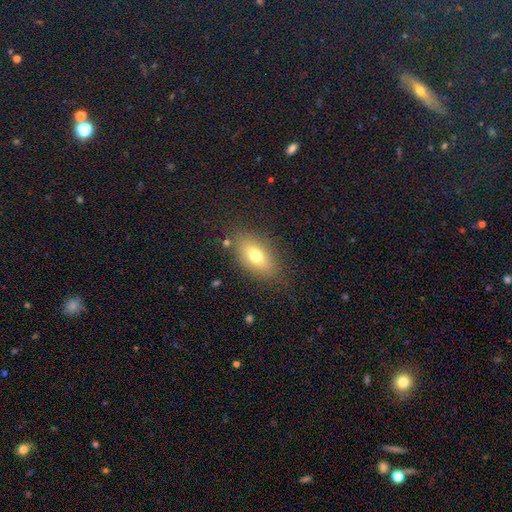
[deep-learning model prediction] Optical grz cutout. It shows a smooth galaxy with no disk features (72%) that is in between round and cigar-shaped (85%). Merging: none (79%).